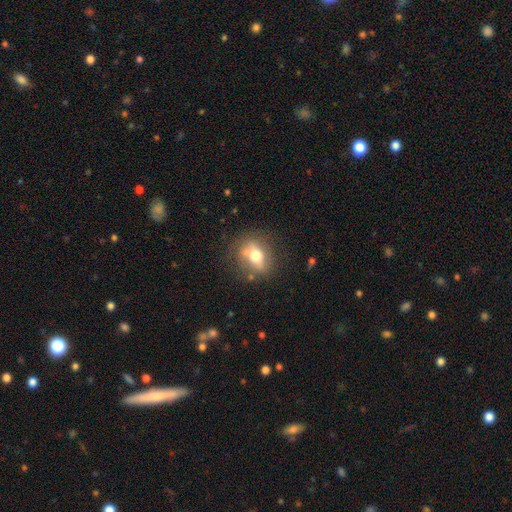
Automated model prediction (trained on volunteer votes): smooth_or_featured: smooth (p=0.59) [alt: featured or disk p=0.32]
how_rounded: in between (p=0.50) [alt: round p=0.47]
merging: none (p=0.66) [alt: minor disturbance p=0.20]